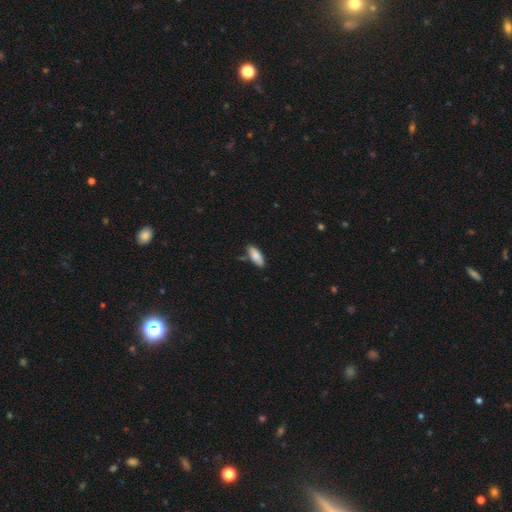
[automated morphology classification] Overall: smooth (83%). How rounded: in between (80%). Merging: none (74%).